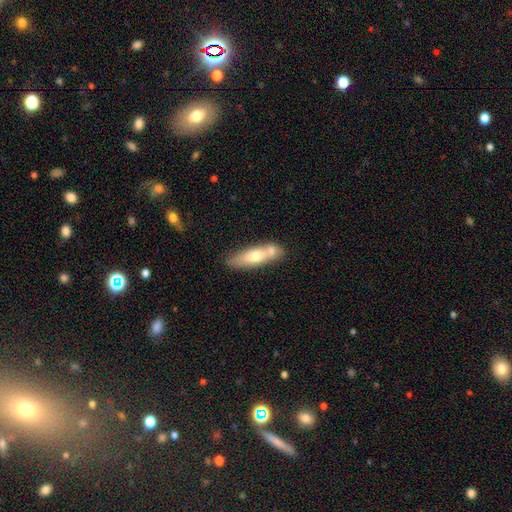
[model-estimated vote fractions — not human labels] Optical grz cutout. It shows a smooth galaxy with no disk features (62%) that is cigar-shaped (58%). Merging: none (54%).